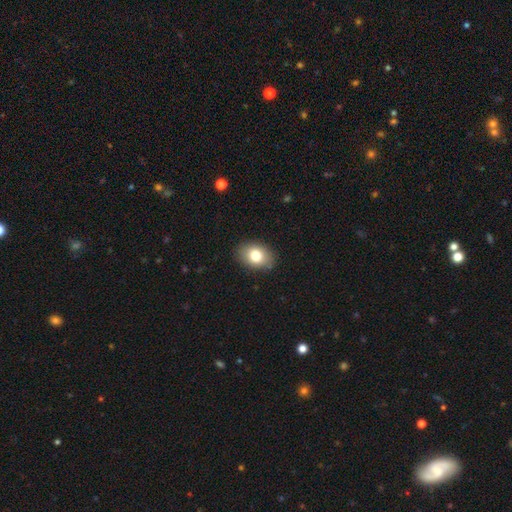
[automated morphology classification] A smooth galaxy with no disk features (80%) that is in between round and cigar-shaped (75%).

Vote fractions:
- Smooth or featured? smooth: 80% / featured or disk: 11% / star or artifact: 9%
- How rounded? in between: 75% / round: 24% / cigar-shaped: 1%
- Merging? none: 87% / minor disturbance: 9% / major disturbance: 2% / merger: 1%